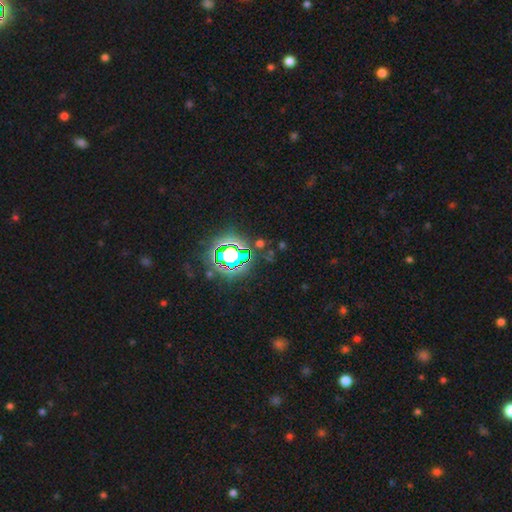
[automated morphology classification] A star or artifact, not a galaxy (81%).